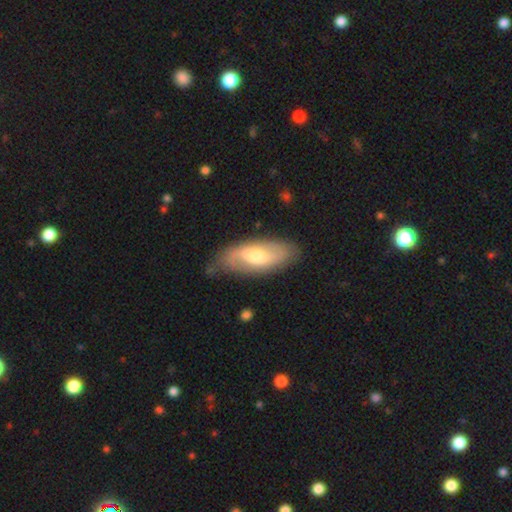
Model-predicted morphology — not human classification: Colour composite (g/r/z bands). It shows a featured or disk galaxy (53%). Merging: none (75%).